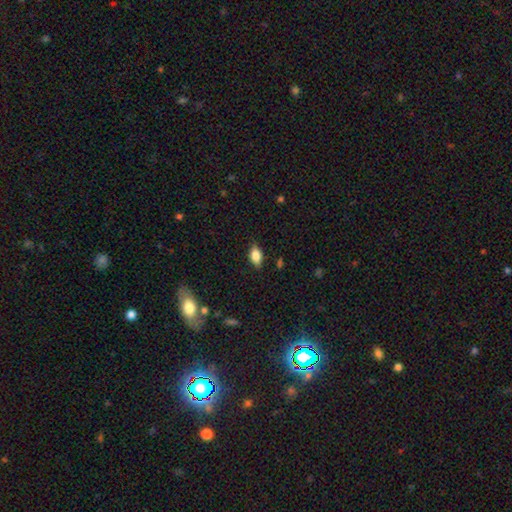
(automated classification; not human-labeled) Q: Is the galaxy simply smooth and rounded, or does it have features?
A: smooth — 70%.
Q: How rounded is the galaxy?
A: in between — 84%.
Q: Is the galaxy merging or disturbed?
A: none — 82%.